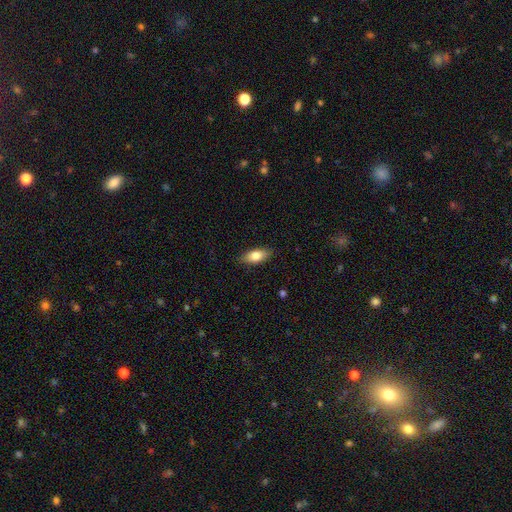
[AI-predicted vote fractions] This appears to be a smooth galaxy with no disk features (80%) that is in between round and cigar-shaped (85%). Merging: none (87%).